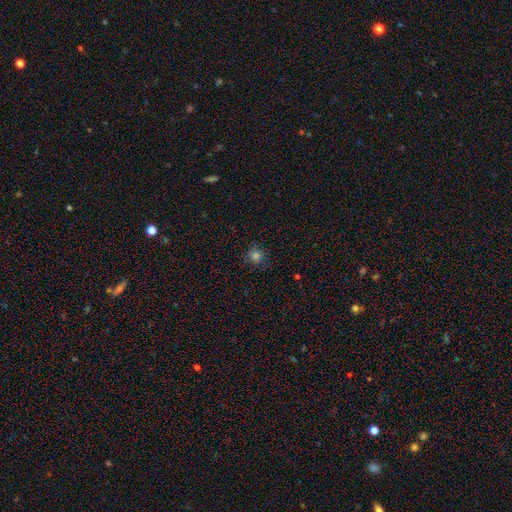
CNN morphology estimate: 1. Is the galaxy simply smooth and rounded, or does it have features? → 77% smooth, 16% star or artifact, 7% featured or disk.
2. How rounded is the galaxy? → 90% round, 9% in between, 1% cigar-shaped.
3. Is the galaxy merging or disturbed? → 83% none, 12% minor disturbance, 3% major disturbance, 1% merger.